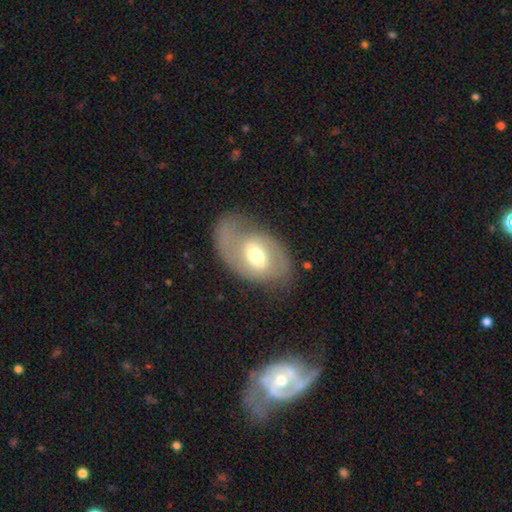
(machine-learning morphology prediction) A featured or disk galaxy (65%) with a weak bar (47%), spiral arms (62%) and a moderate central bulge (68%). Merging: none (60%).